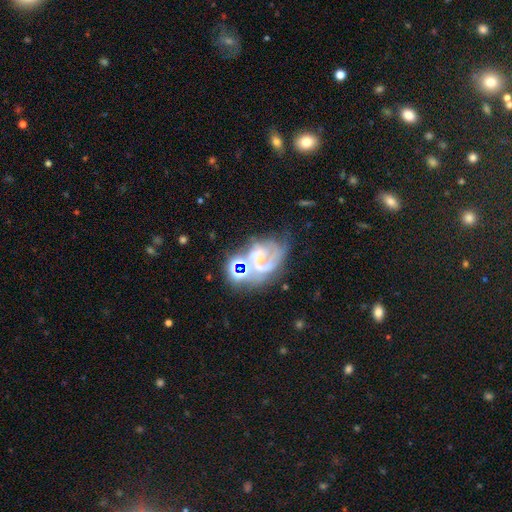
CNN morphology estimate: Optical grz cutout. It shows a featured or disk galaxy (66%) with no bar (59%), 2 (41%) medium (45%) spiral arms (81%) and no central bulge (44%). Merging: none (36%).